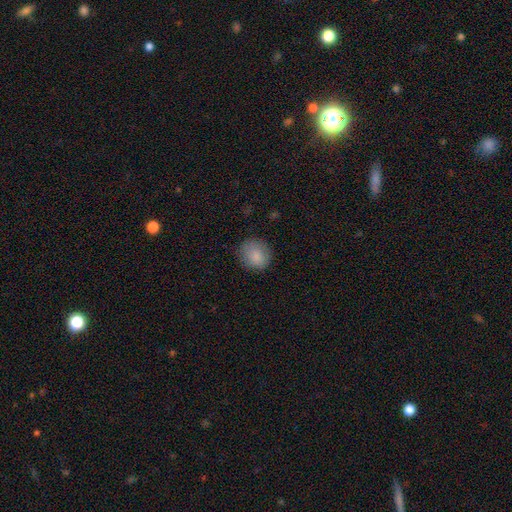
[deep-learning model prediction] A smooth galaxy with no disk features (87%) that is round (81%).

Vote fractions:
- Smooth or featured? smooth: 87% / star or artifact: 8% / featured or disk: 5%
- How rounded? round: 81% / in between: 19% / cigar-shaped: 1%
- Merging? none: 84% / minor disturbance: 12% / major disturbance: 3% / merger: 1%